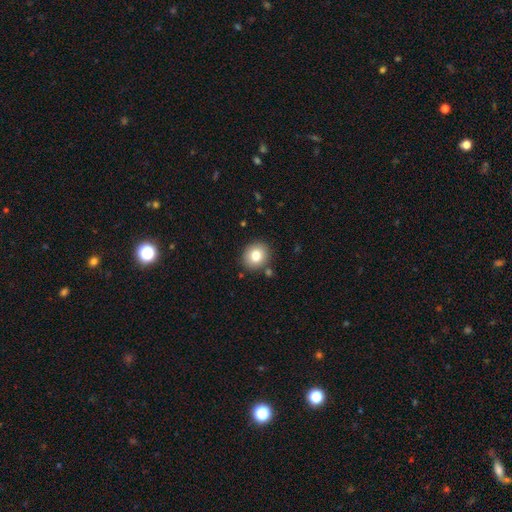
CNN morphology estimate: Smooth or featured?
  - smooth: 79% *
  - featured or disk: 11%
  - star or artifact: 10%
How rounded?
  - round: 79% *
  - in between: 20%
  - cigar-shaped: 1%
Merging?
  - none: 85% *
  - minor disturbance: 8%
  - merger: 4%
  - major disturbance: 2%